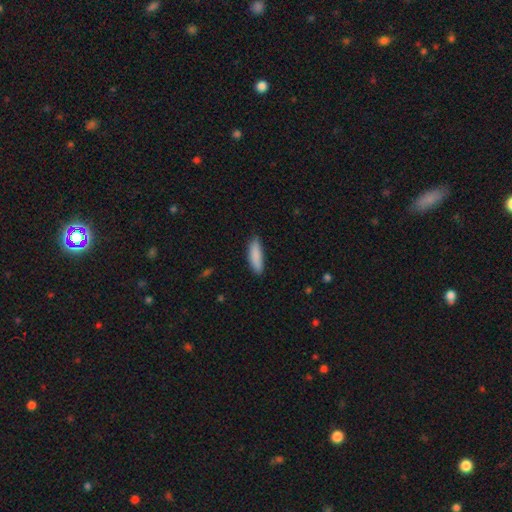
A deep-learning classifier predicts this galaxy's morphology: A smooth galaxy with no disk features (87%) that is cigar-shaped (55%).

Vote fractions:
- Smooth or featured? smooth: 87% / featured or disk: 7% / star or artifact: 6%
- How rounded? cigar-shaped: 55% / in between: 43% / round: 2%
- Merging? none: 82% / minor disturbance: 15% / major disturbance: 2% / merger: 1%